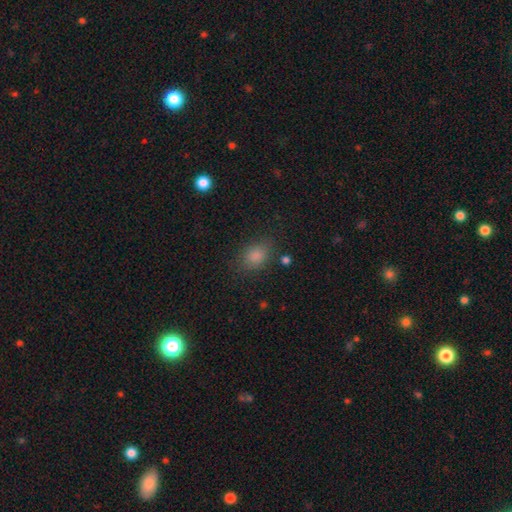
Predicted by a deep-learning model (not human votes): Morphology: type=smooth (79%); roundness=in between (62%); merging=none (81%).